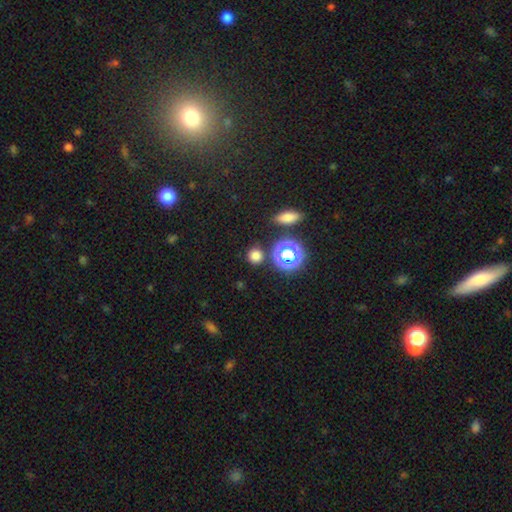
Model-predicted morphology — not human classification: smooth 72%, star or artifact 23%, featured or disk 5%. Down the decision tree: how rounded — round (90%); merging — none (85%).